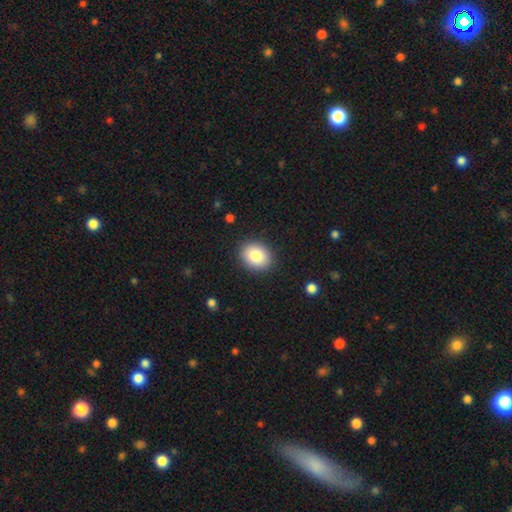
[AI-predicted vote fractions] smooth 83%, featured or disk 9%, star or artifact 8%. Down the decision tree: how rounded — in between (50%); merging — none (89%).